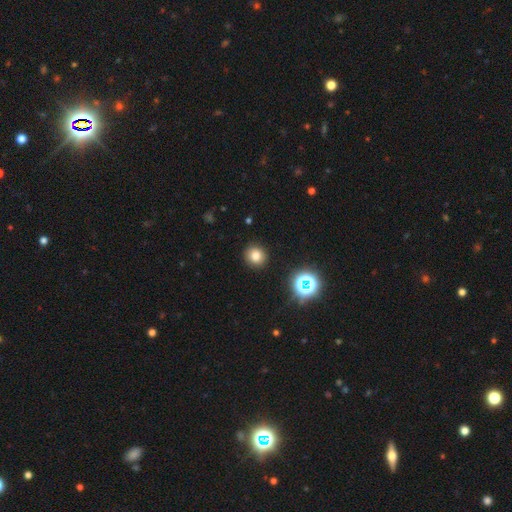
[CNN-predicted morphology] This is likely a smooth galaxy (76%). How rounded: clearly round (89%). Merging: clearly none (91%).